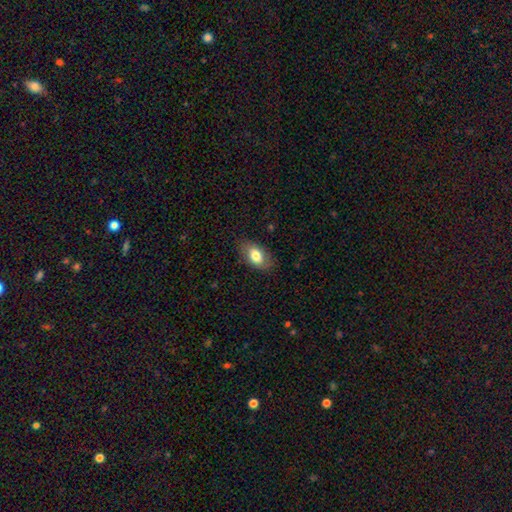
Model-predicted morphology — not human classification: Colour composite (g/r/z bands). It shows a smooth galaxy with no disk features (76%) that is in between round and cigar-shaped (90%). Merging: none (80%).